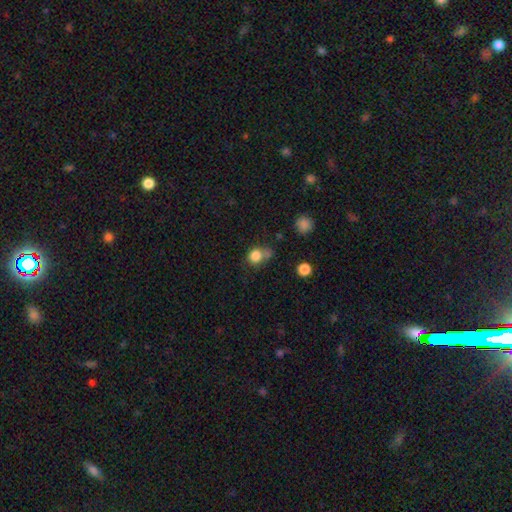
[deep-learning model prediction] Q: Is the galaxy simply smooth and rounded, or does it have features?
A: smooth — 81%.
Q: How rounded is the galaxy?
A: round — 76%.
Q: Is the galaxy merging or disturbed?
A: none — 49%.